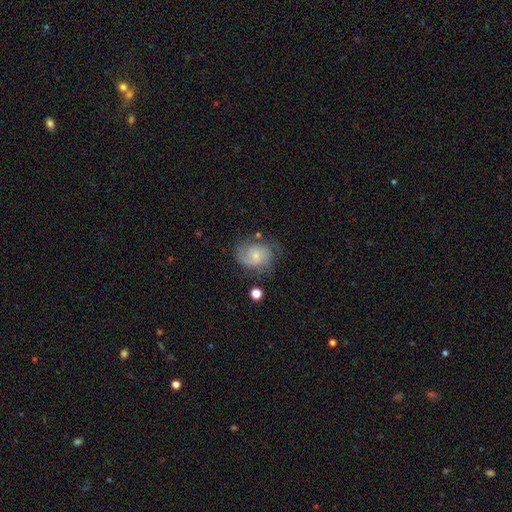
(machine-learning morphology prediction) Overall: featured or disk (60%; smooth 31%). Edge-on disk: no (98%). Bar: no (70%). Spiral arms: yes (88%). Spiral arm count: 2 (44%; can't tell 27%). Spiral winding: tight (43%; medium 39%). Bulge size: small (67%). Merging: none (61%; minor disturbance 23%).